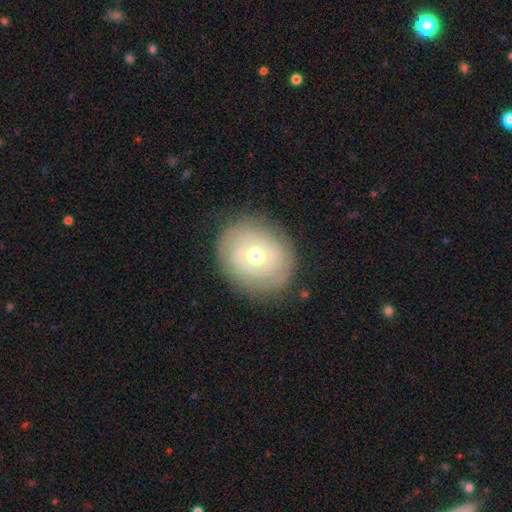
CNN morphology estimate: The model was most divided on "spiral arms" (2-way tie): no: 50%, yes: 50%. More confident: edge-on disk — no (96%); bar — no (83%); merging — none (82%); bulge size — moderate (71%); smooth or featured — featured or disk (58%).